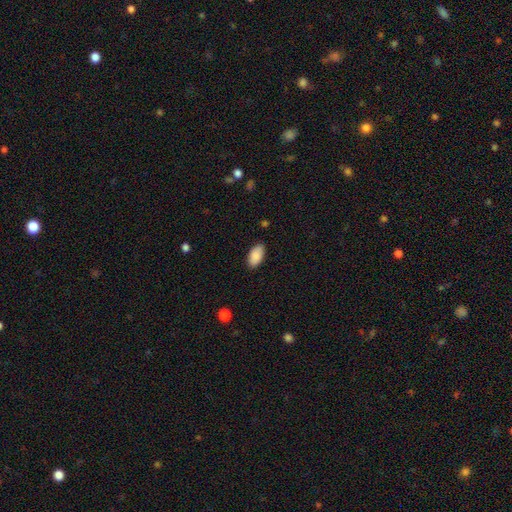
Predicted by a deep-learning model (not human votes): The model was most divided on "merging": none: 86%, minor disturbance: 11%, major disturbance: 2%, merger: 1%. More confident: how rounded — in between (95%); smooth or featured — smooth (89%).